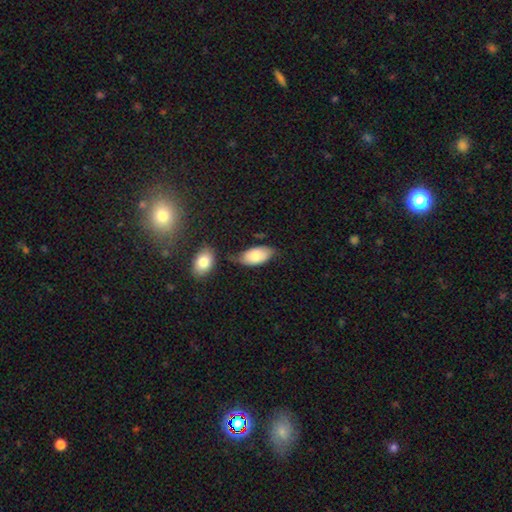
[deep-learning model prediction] Smooth or featured? Predicted: smooth (p=0.79). How rounded? Predicted: in between (p=0.94). Merging? Predicted: none (p=0.52).